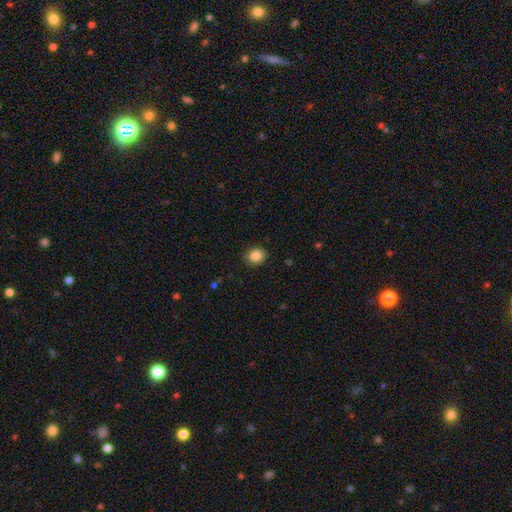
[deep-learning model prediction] A smooth galaxy with no disk features (86%) that is round (72%). Merging: none (89%).